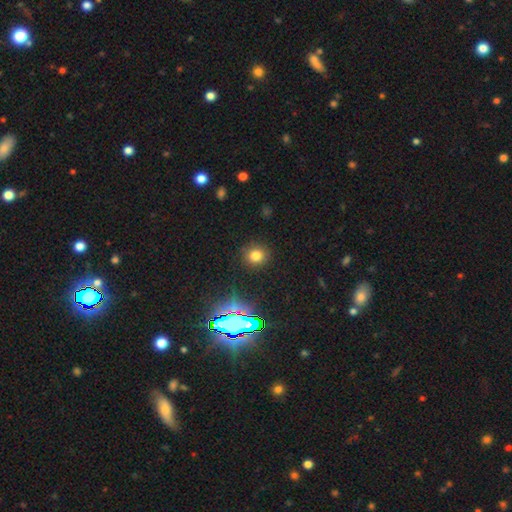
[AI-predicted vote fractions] Overall: smooth (75%). How rounded: round (88%). Merging: none (88%).